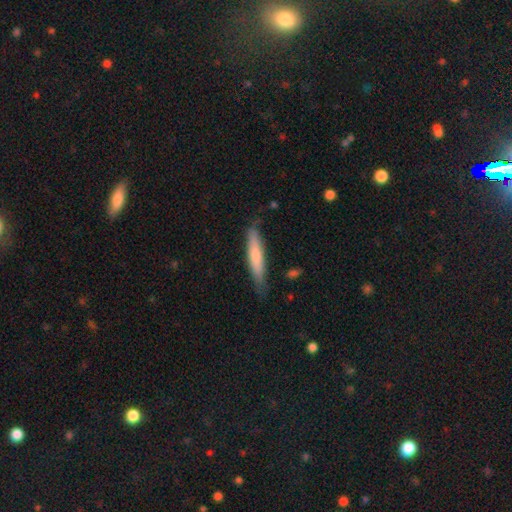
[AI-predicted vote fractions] Morphology: type=smooth (69%); roundness=cigar-shaped (87%); merging=none (77%).